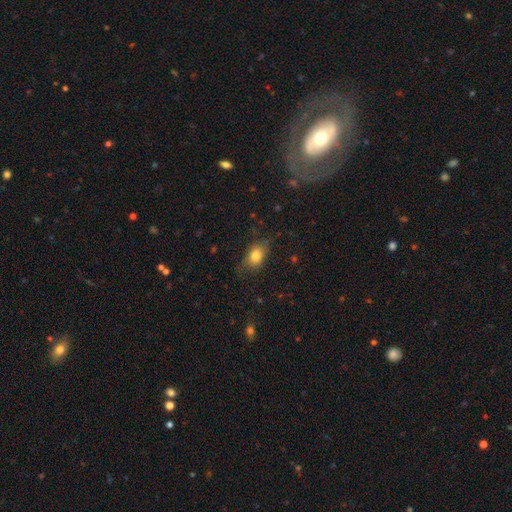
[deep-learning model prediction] This appears to be a smooth galaxy with no disk features (80%) that is in between round and cigar-shaped (76%). Merging: none (69%).